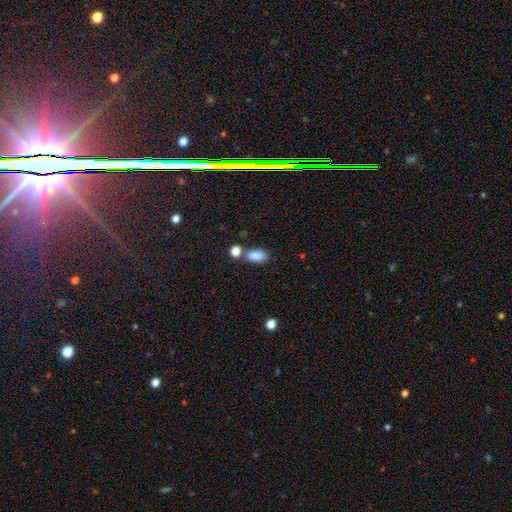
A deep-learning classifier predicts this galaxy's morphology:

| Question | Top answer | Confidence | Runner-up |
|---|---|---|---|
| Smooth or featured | smooth | 86% | star or artifact (9%) |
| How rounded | in between | 88% | round (8%) |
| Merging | none | 62% | merger (20%) |